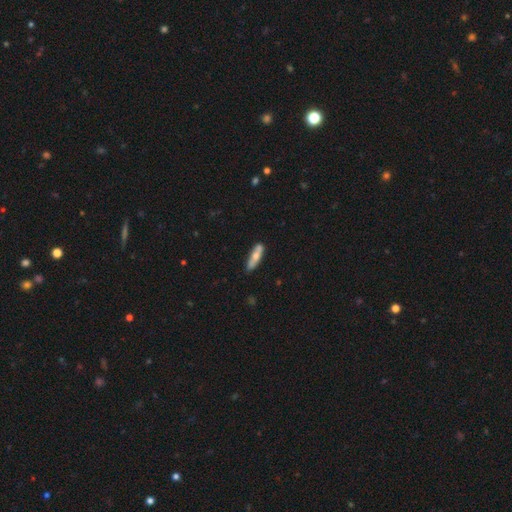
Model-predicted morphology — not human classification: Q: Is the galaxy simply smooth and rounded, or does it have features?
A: smooth — 64%.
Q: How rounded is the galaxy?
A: cigar-shaped — 65%.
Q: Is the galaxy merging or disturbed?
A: none — 76%.